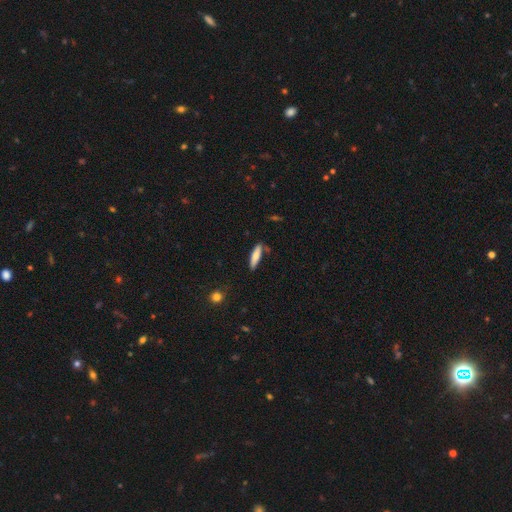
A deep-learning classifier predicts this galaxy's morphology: Smooth or featured: smooth — 77% (featured or disk — 17%)
How rounded: cigar-shaped — 74% (in between — 25%)
Merging: none — 76% (minor disturbance — 16%)